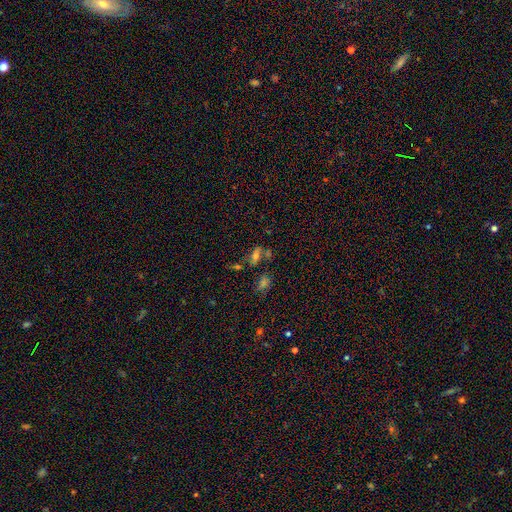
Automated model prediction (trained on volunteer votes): The model was most divided on "smooth or featured": smooth: 48%, star or artifact: 27%, featured or disk: 25%. Remaining: merging — none (47%).